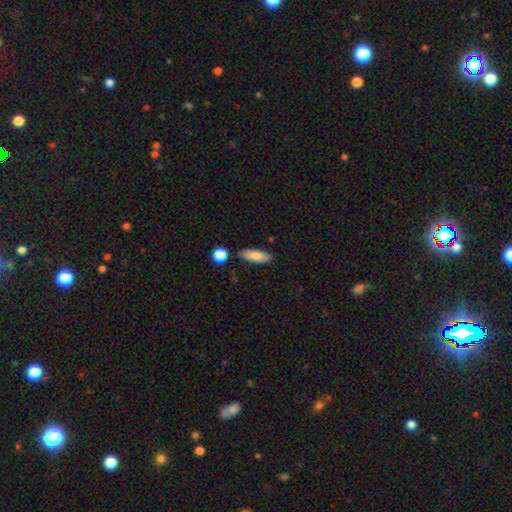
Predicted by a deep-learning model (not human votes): Q: Smooth or featured?
A: smooth (84%); runner-up: featured or disk (10%)
Q: How rounded?
A: in between (71%); runner-up: cigar-shaped (27%)
Q: Merging?
A: none (82%); runner-up: minor disturbance (11%)